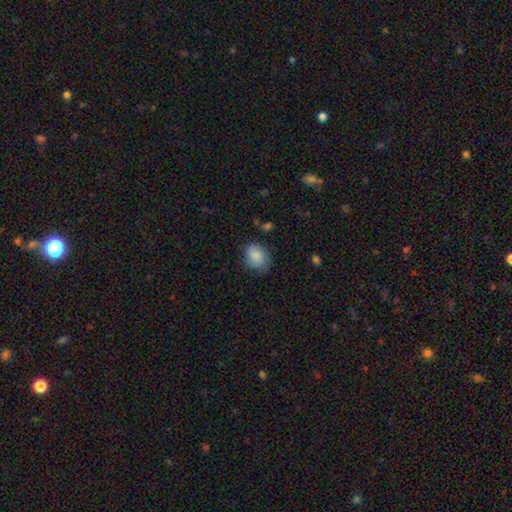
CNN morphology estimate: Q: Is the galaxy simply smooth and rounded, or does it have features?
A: smooth — 86%.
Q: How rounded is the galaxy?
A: in between — 54%.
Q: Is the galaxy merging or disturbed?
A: none — 74%.